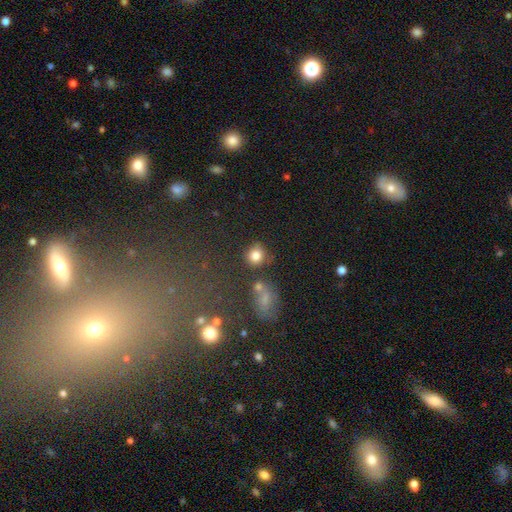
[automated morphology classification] Smooth or featured?
  - smooth: 81% *
  - star or artifact: 12%
  - featured or disk: 7%
How rounded?
  - round: 82% *
  - in between: 17%
  - cigar-shaped: 1%
Merging?
  - none: 72% *
  - minor disturbance: 12%
  - merger: 11%
  - major disturbance: 5%